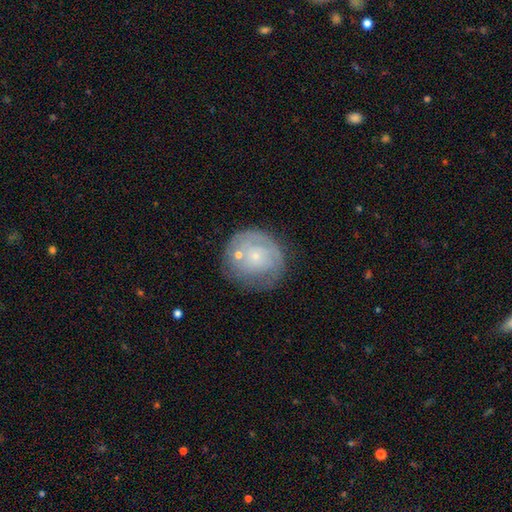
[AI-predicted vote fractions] Overall: featured or disk (53%; smooth 39%). Edge-on disk: no (97%). Bar: no (84%). Spiral arms: yes (64%; no 36%). Bulge size: small (80%). Merging: none (64%).